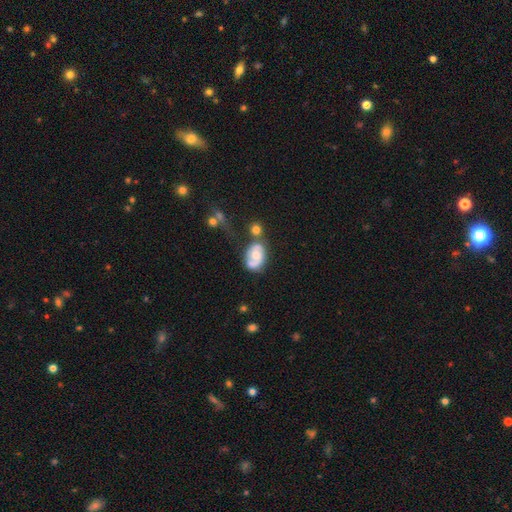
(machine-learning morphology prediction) Smooth or featured?
  - featured or disk: 61% *
  - smooth: 32%
  - star or artifact: 7%
Edge-on disk?
  - no: 97% *
  - yes: 3%
Bar?
  - no: 70% *
  - weak: 25%
  - strong: 5%
Spiral arms?
  - yes: 78% *
  - no: 22%
Bulge size?
  - moderate: 62% *
  - small: 24%
  - large: 8%
  - none: 5%
  - dominant: 2%
Merging?
  - none: 44% *
  - merger: 24%
  - minor disturbance: 22%
  - major disturbance: 10%